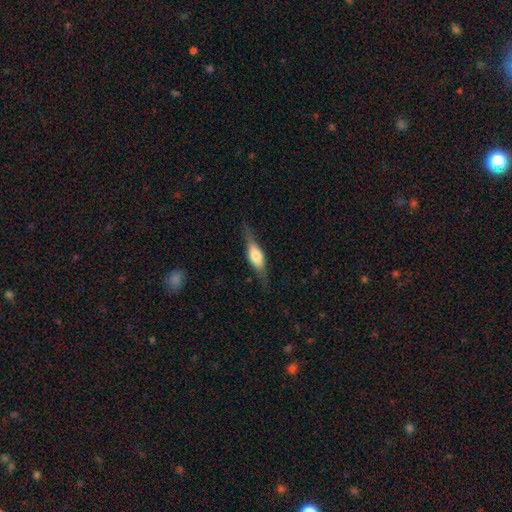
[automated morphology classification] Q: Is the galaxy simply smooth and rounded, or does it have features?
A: featured or disk — 48%.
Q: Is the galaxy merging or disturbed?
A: none — 75%.